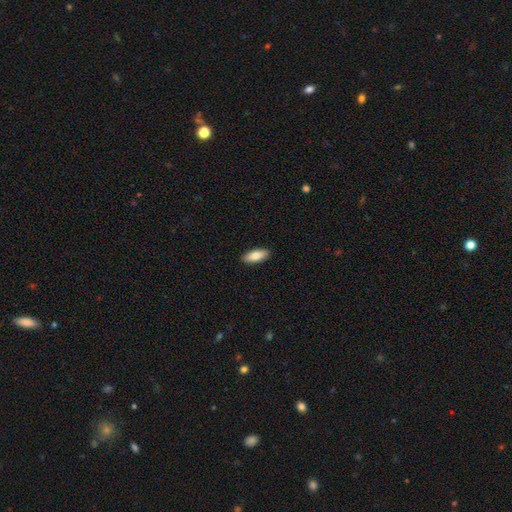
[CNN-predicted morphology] Overall: smooth (82%). How rounded: in between (79%). Merging: none (91%).